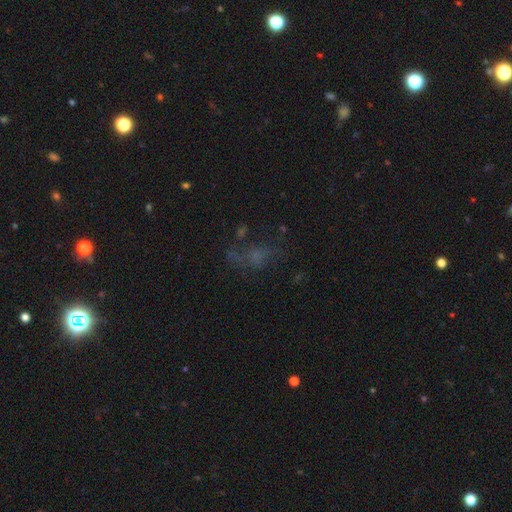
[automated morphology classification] Smooth or featured? star or artifact (35%)